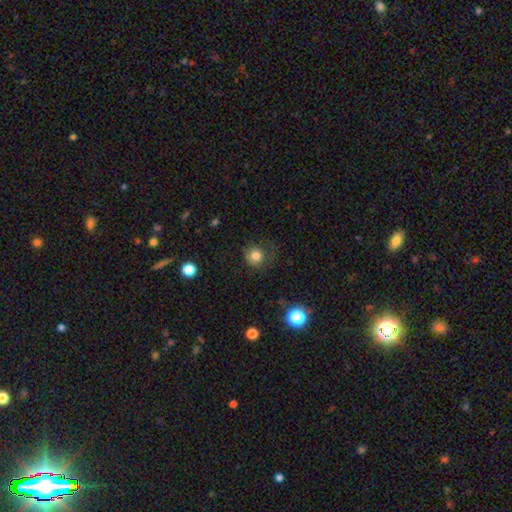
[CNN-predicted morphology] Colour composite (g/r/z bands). It shows a smooth galaxy with no disk features (80%) that is round (89%). Merging: none (69%).